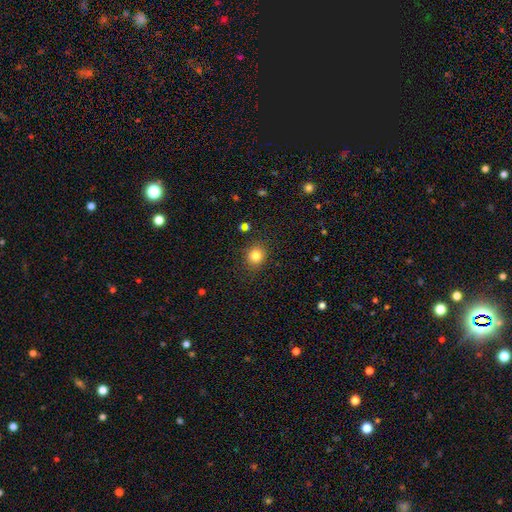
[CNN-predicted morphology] Smooth or featured: smooth — 82% (star or artifact — 12%)
How rounded: round — 80% (in between — 19%)
Merging: none — 86% (minor disturbance — 10%)